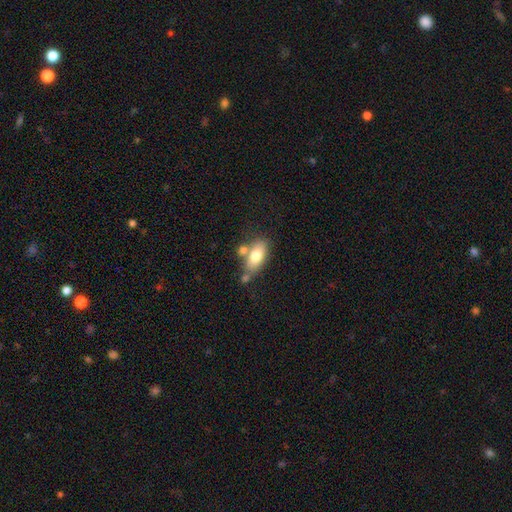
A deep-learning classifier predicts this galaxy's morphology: Smooth or featured?
  - smooth: 72% *
  - featured or disk: 21%
  - star or artifact: 7%
How rounded?
  - in between: 85% *
  - cigar-shaped: 8%
  - round: 6%
Merging?
  - none: 56% *
  - merger: 23%
  - minor disturbance: 16%
  - major disturbance: 5%